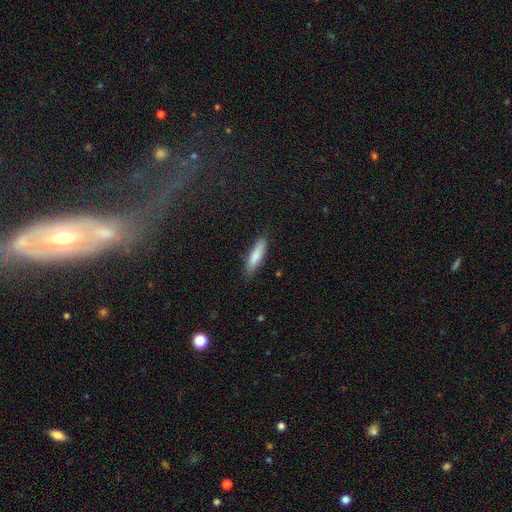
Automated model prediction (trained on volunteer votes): Smooth or featured?
  - smooth: 83% *
  - featured or disk: 11%
  - star or artifact: 6%
How rounded?
  - cigar-shaped: 71% *
  - in between: 28%
  - round: 1%
Merging?
  - none: 84% *
  - minor disturbance: 12%
  - major disturbance: 2%
  - merger: 1%